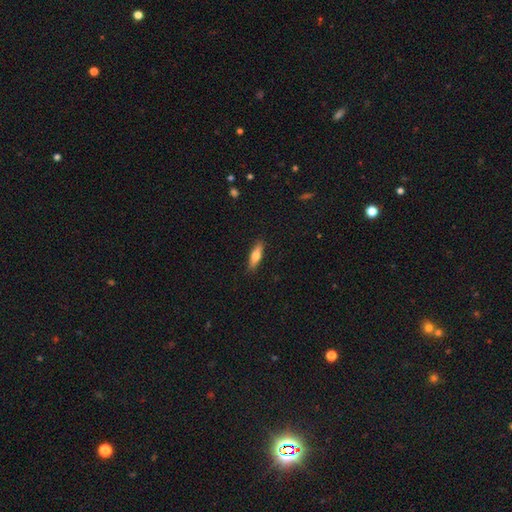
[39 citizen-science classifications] This appears to be a smooth galaxy with no disk features (79%) that is cigar-shaped (52%). Merging: none (80%).